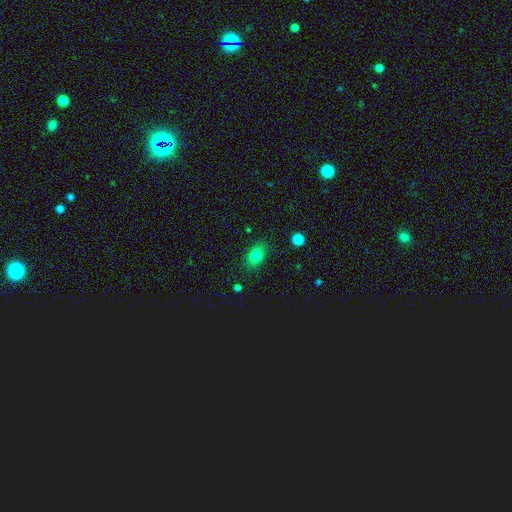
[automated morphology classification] Smooth or featured?
  - smooth: 81% *
  - star or artifact: 11%
  - featured or disk: 8%
How rounded?
  - in between: 78% *
  - round: 20%
  - cigar-shaped: 2%
Merging?
  - none: 84% *
  - minor disturbance: 12%
  - major disturbance: 3%
  - merger: 1%